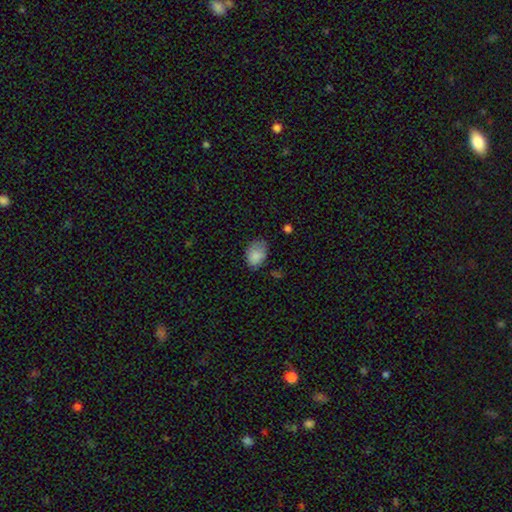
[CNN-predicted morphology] type=smooth (86%); roundness=in between (81%); merging=none (65%).